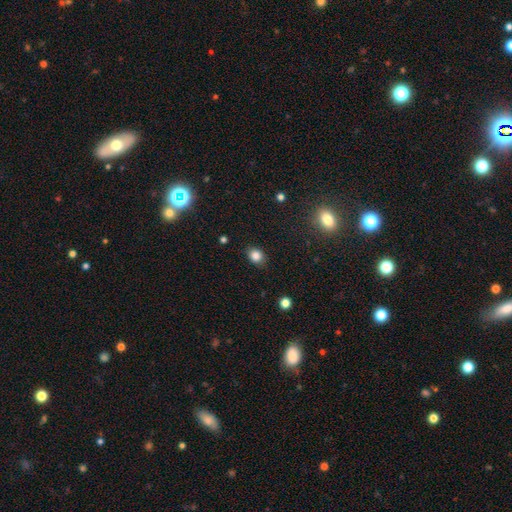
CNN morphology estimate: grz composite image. It shows a smooth galaxy with no disk features (84%) that is round (54%). Merging: none (86%).